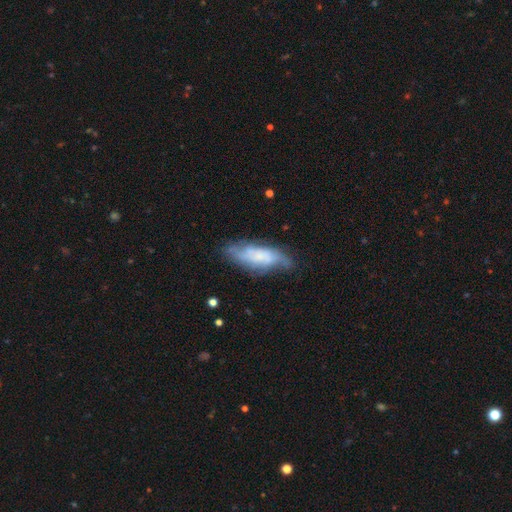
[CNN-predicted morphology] A featured or disk galaxy (54%). Merging: none (73%).